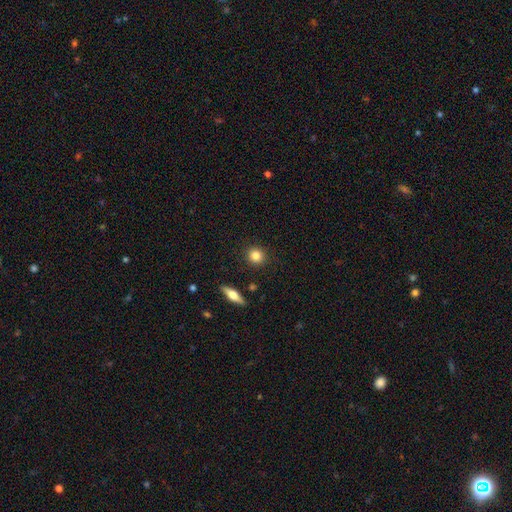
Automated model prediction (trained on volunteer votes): smooth-or-featured: smooth: 82% | star or artifact: 9% | featured or disk: 9%
  how-rounded: round: 89% | in between: 9% | cigar-shaped: 2%
  merging: none: 91% | minor disturbance: 6% | major disturbance: 2% | merger: 2%